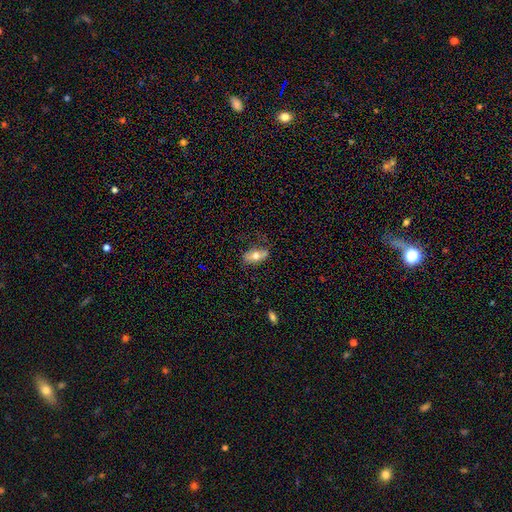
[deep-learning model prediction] A smooth galaxy with no disk features (62%) that is in between round and cigar-shaped (84%). Merging: none (72%).